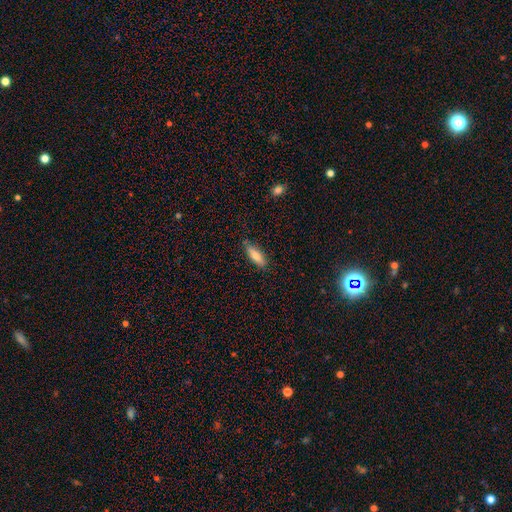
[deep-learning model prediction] smooth_or_featured: smooth (p=0.74) [alt: featured or disk p=0.19]
how_rounded: in between (p=0.51) [alt: cigar-shaped p=0.47]
merging: none (p=0.81) [alt: minor disturbance p=0.14]